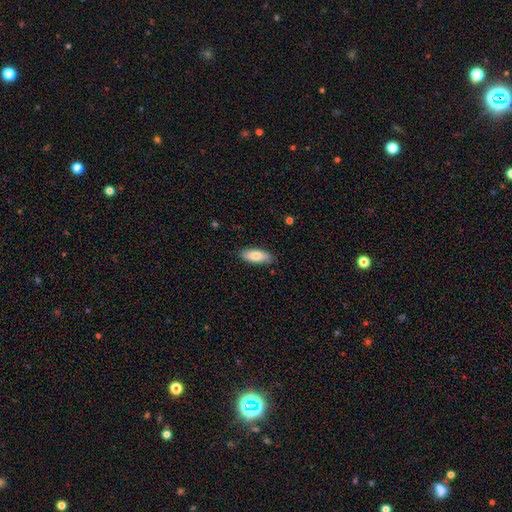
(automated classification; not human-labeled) smooth_or_featured: smooth (p=0.83) [alt: featured or disk p=0.11]
how_rounded: in between (p=0.76) [alt: cigar-shaped p=0.22]
merging: none (p=0.86) [alt: minor disturbance p=0.11]